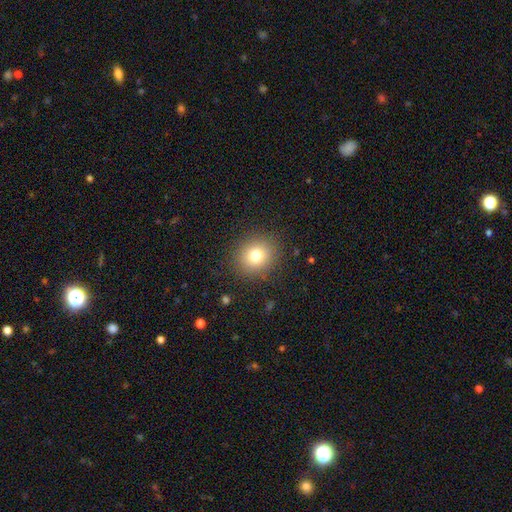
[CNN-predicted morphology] A smooth galaxy with no disk features (79%) that is round (82%).

Vote fractions:
- Smooth or featured? smooth: 79% / star or artifact: 12% / featured or disk: 9%
- How rounded? round: 82% / in between: 17% / cigar-shaped: 1%
- Merging? none: 88% / minor disturbance: 8% / major disturbance: 3% / merger: 1%